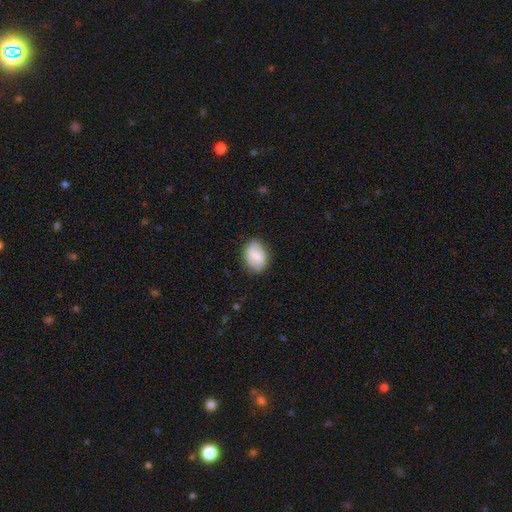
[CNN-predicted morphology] smooth_or_featured: smooth (p=0.62) [alt: featured or disk p=0.31]
how_rounded: in between (p=0.77) [alt: round p=0.22]
merging: none (p=0.79) [alt: minor disturbance p=0.17]